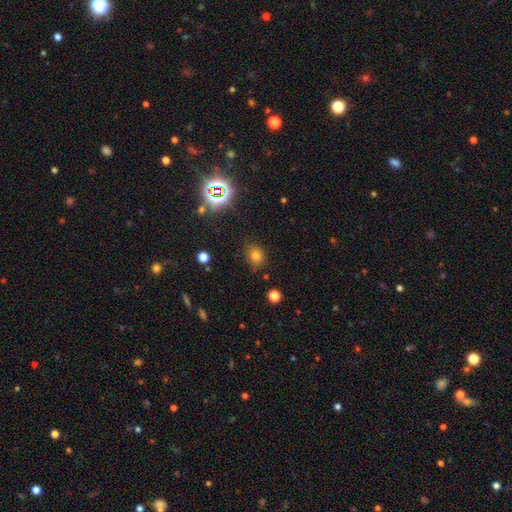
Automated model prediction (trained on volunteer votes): A smooth galaxy with no disk features (72%) that is round (61%).

Vote fractions:
- Smooth or featured? smooth: 72% / star or artifact: 20% / featured or disk: 8%
- How rounded? round: 61% / in between: 37% / cigar-shaped: 1%
- Merging? none: 77% / minor disturbance: 16% / major disturbance: 5% / merger: 3%